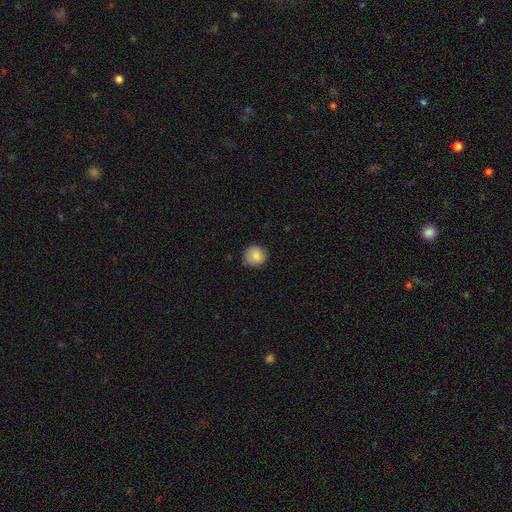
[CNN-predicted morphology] type=smooth (86%); roundness=round (89%); merging=none (85%).